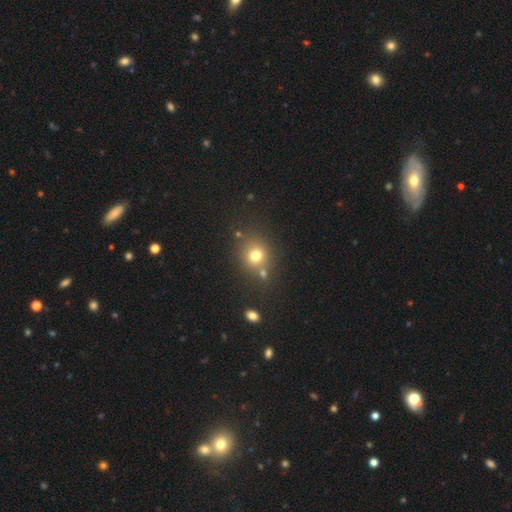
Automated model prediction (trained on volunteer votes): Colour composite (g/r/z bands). It shows a smooth galaxy with no disk features (74%) that is round (79%). Merging: none (69%).